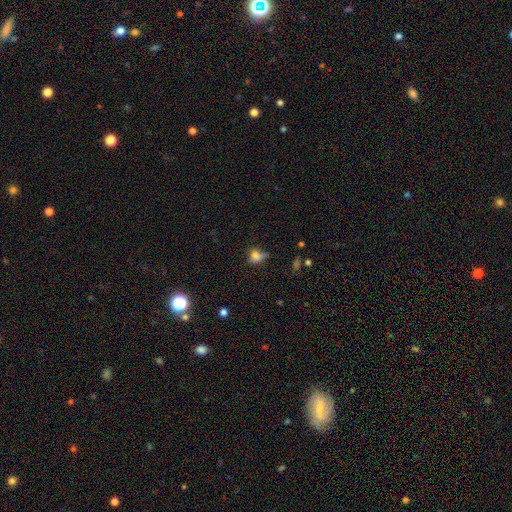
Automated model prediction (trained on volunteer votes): This is likely a smooth galaxy (72%). How rounded: possibly in between (50%). Merging: marginally none (36%).